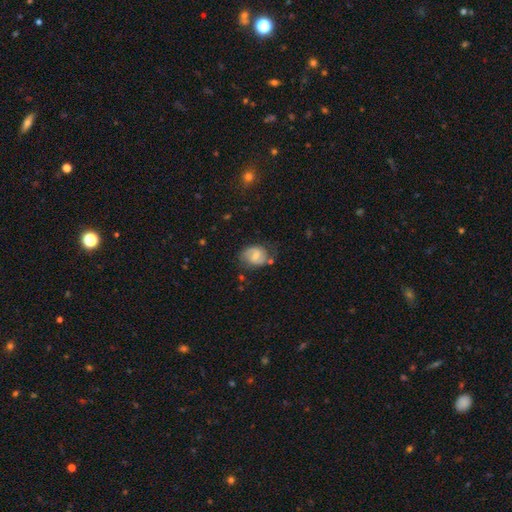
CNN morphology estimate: Smooth or featured?
  - featured or disk: 61% *
  - smooth: 31%
  - star or artifact: 8%
Edge-on disk?
  - no: 97% *
  - yes: 3%
Bar?
  - weak: 54% *
  - no: 30%
  - strong: 16%
Spiral arms?
  - yes: 88% *
  - no: 12%
Spiral winding?
  - medium: 49% *
  - tight: 28%
  - loose: 23%
Spiral arm count?
  - 2: 82% *
  - can't tell: 10%
  - 1: 5%
  - 3: 1%
  - 4: 1%
  - more than 4: 1%
Bulge size?
  - small: 45% *
  - moderate: 42%
  - none: 9%
  - large: 4%
  - dominant: 1%
Merging?
  - none: 63% *
  - minor disturbance: 23%
  - major disturbance: 10%
  - merger: 4%